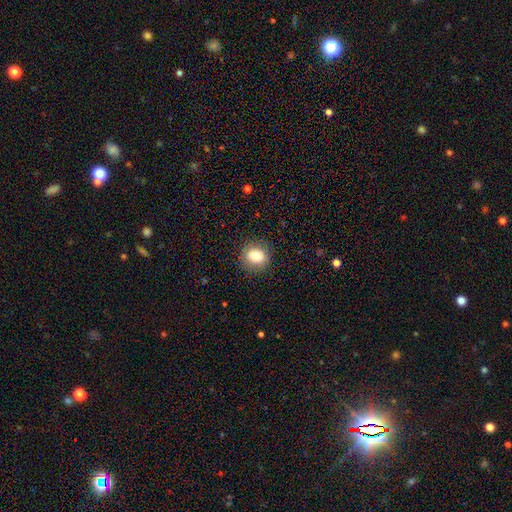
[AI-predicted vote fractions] The model was most divided on "how rounded": round: 72%, in between: 27%, cigar-shaped: 1%. More confident: merging — none (86%); smooth or featured — smooth (81%).